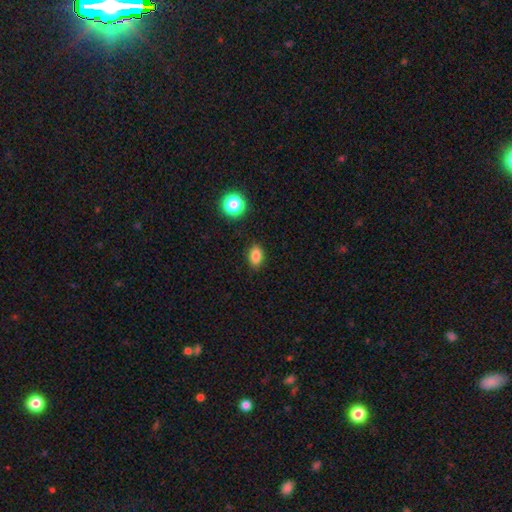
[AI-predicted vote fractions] Q: Smooth or featured?
A: smooth (83%); runner-up: star or artifact (11%)
Q: How rounded?
A: in between (83%); runner-up: round (14%)
Q: Merging?
A: none (86%); runner-up: minor disturbance (10%)